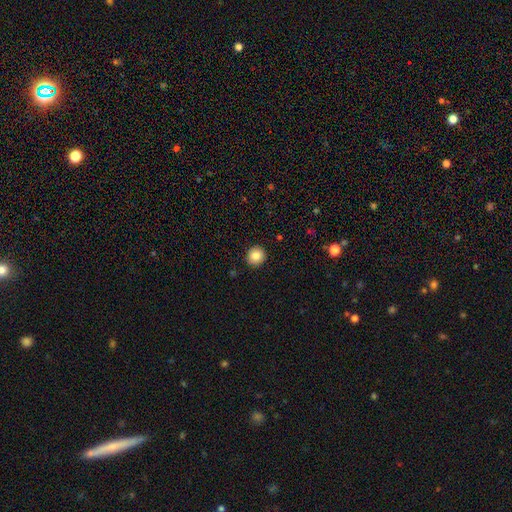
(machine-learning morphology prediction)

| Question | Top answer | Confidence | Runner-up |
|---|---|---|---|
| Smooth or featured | smooth | 84% | star or artifact (9%) |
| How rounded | round | 88% | in between (11%) |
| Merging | none | 92% | minor disturbance (5%) |